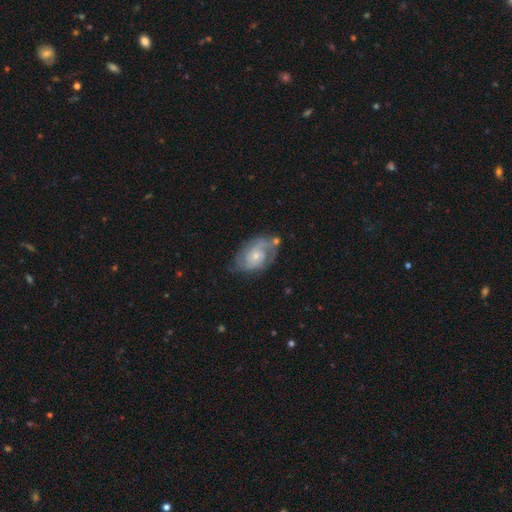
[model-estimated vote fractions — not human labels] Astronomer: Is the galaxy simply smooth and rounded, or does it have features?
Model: featured or disk — 77%.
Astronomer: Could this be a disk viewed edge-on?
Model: no — 97%.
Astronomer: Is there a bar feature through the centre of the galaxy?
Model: no — 68%.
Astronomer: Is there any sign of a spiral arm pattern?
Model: yes — 91%.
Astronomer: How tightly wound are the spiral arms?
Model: tight — 44% (runner-up: medium, 42%).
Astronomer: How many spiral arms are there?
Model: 2 — 52%.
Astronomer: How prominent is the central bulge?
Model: small — 63%.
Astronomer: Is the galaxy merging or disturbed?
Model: none — 61%.